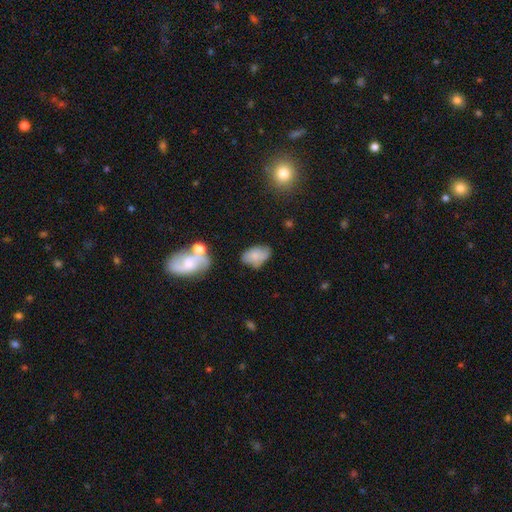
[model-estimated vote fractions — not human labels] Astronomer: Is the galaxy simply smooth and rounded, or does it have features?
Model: smooth — 71%.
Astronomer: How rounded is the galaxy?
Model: in between — 89%.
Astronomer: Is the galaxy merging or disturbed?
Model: none — 59%.